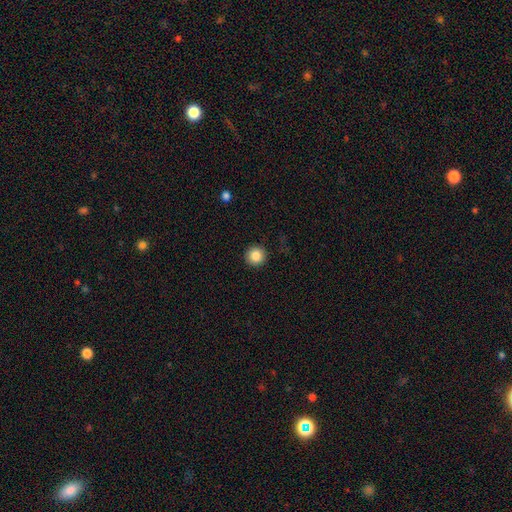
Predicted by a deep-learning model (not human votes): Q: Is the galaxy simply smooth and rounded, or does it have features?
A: smooth — 86%.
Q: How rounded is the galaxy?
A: round — 95%.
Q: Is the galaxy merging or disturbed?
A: none — 92%.